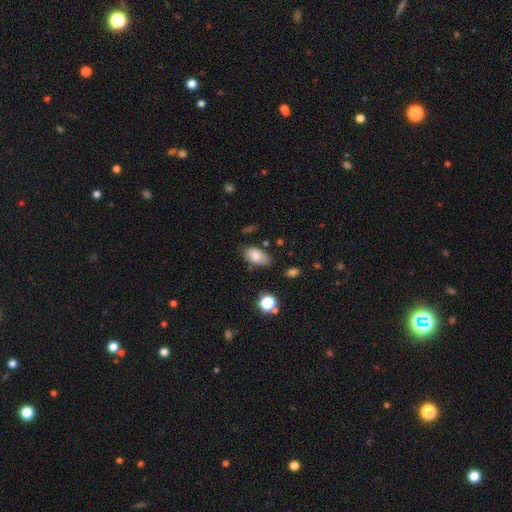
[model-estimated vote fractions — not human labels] A smooth galaxy with no disk features (81%) that is in between round and cigar-shaped (92%).

Vote fractions:
- Smooth or featured? smooth: 81% / featured or disk: 10% / star or artifact: 9%
- How rounded? in between: 92% / round: 5% / cigar-shaped: 3%
- Merging? none: 70% / minor disturbance: 22% / major disturbance: 5% / merger: 4%